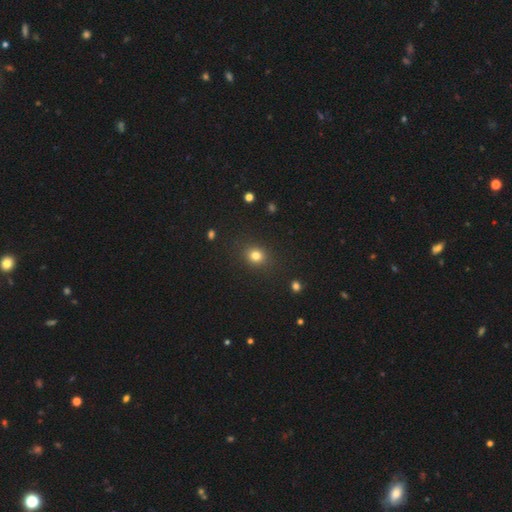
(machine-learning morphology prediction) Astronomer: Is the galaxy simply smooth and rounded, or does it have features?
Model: smooth — 80%.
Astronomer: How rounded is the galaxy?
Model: round — 75%.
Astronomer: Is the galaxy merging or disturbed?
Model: none — 88%.